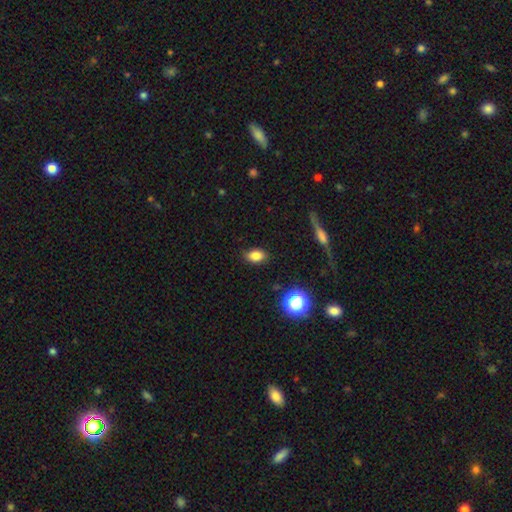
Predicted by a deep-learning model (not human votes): Q: Smooth or featured?
A: smooth (81%); runner-up: star or artifact (12%)
Q: How rounded?
A: in between (82%); runner-up: round (16%)
Q: Merging?
A: none (87%); runner-up: minor disturbance (9%)